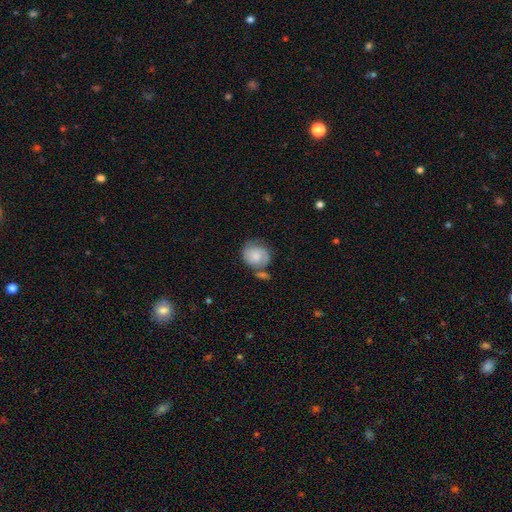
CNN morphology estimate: This appears to be a featured or disk galaxy (50%). Merging: none (49%).